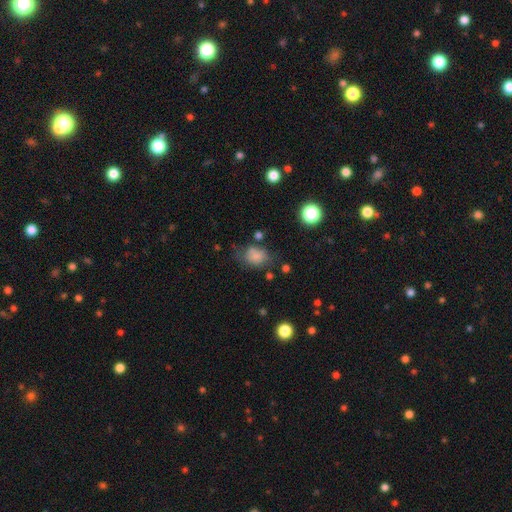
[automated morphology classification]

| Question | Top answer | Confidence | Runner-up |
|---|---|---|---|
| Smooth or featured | smooth | 77% | star or artifact (13%) |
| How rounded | in between | 65% | round (34%) |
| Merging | none | 54% | minor disturbance (25%) |